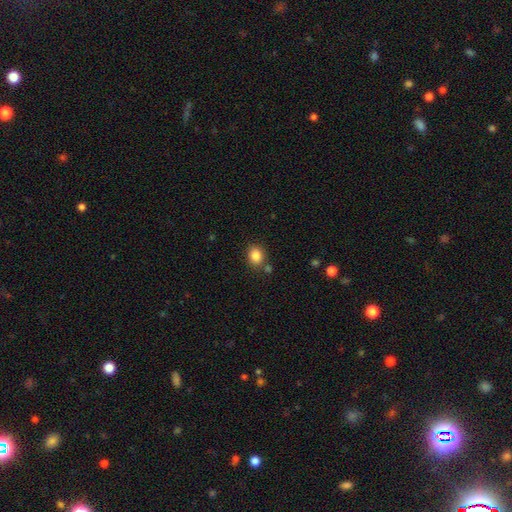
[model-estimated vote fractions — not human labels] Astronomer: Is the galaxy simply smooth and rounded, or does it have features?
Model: smooth — 85%.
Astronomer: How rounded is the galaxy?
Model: round — 56% (runner-up: in between, 44%).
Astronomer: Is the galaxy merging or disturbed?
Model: none — 76%.